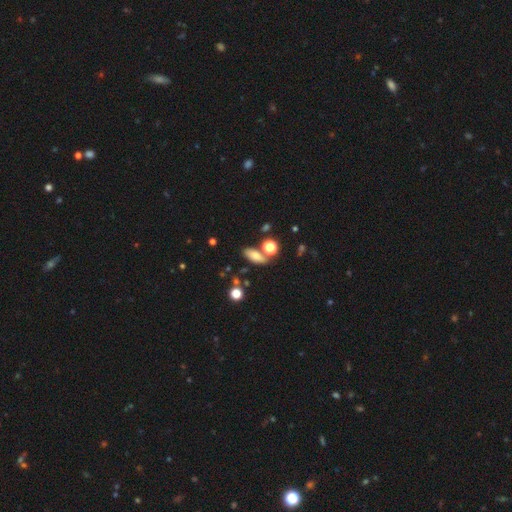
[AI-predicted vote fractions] Overall: smooth (73%). How rounded: in between (73%). Merging: none (65%).